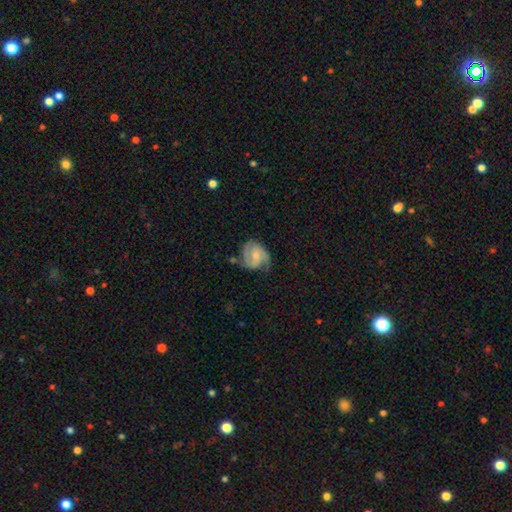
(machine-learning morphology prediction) A featured or disk galaxy (72%) with no bar (46%), 2 (70%) medium (47%) spiral arms (93%) and a small central bulge (52%).

Vote fractions:
- Smooth or featured? featured or disk: 72% / smooth: 22% / star or artifact: 6%
- Edge-on disk? no: 97% / yes: 3%
- Bar? no: 46% / weak: 44% / strong: 10%
- Spiral arms? yes: 93% / no: 7%
- Spiral winding? medium: 47% / tight: 36% / loose: 17%
- Spiral arm count? 2: 70% / 3: 12% / can't tell: 11% / 1: 4% / 4: 2% / more than 4: 2%
- Bulge size? small: 52% / moderate: 39% / none: 6% / large: 2% / dominant: 1%
- Merging? none: 59% / minor disturbance: 27% / major disturbance: 11% / merger: 4%